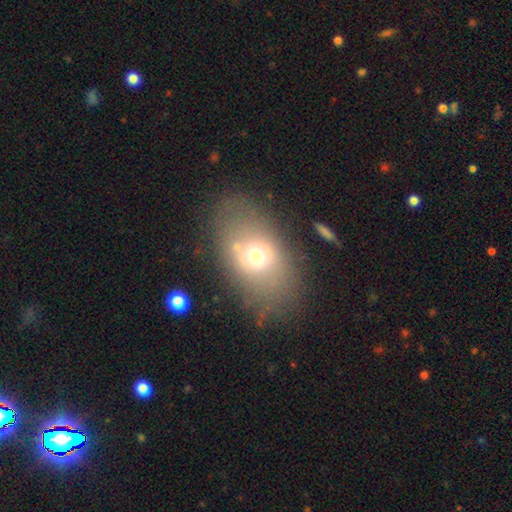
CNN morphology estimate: smooth-or-featured: smooth: 61% | featured or disk: 27% | star or artifact: 12%
  how-rounded: in between: 82% | round: 16% | cigar-shaped: 2%
  merging: none: 71% | minor disturbance: 16% | major disturbance: 8% | merger: 5%